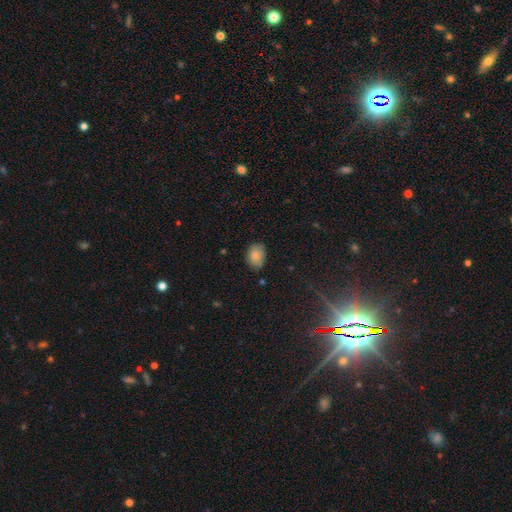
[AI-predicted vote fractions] A smooth galaxy with no disk features (83%) that is in between round and cigar-shaped (71%). Merging: none (75%).